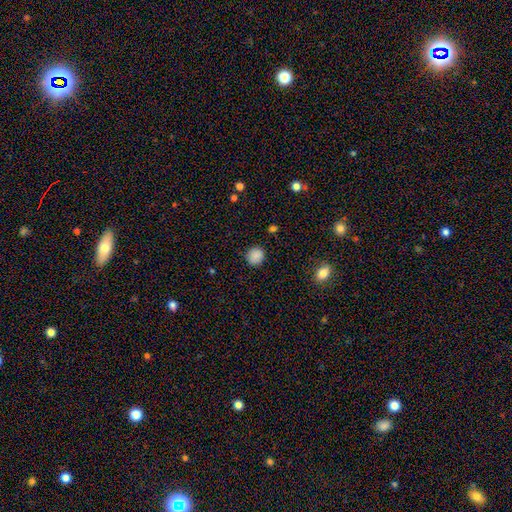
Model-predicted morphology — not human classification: smooth-or-featured: smooth: 88% | star or artifact: 9% | featured or disk: 3%
  how-rounded: round: 84% | in between: 15% | cigar-shaped: 1%
  merging: none: 88% | minor disturbance: 8% | major disturbance: 2% | merger: 1%